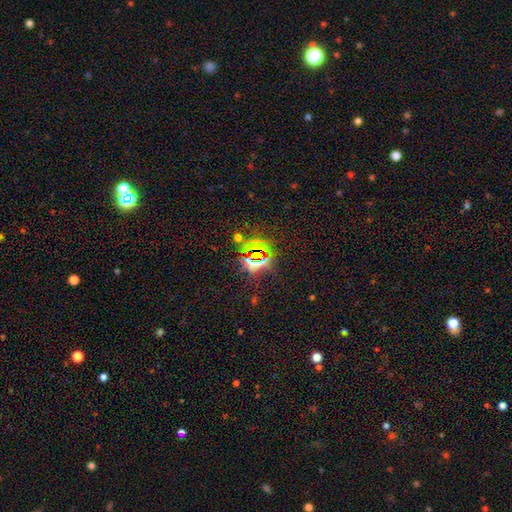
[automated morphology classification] Q: Smooth or featured?
A: star or artifact (76%); runner-up: smooth (15%)